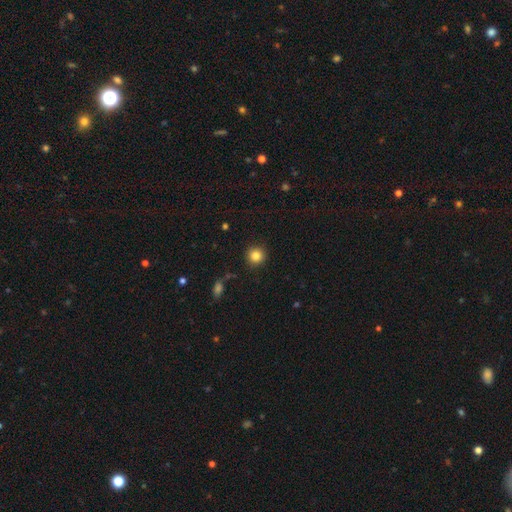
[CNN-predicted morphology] Smooth or featured? Predicted: smooth (p=0.83). How rounded? Predicted: round (p=0.94). Merging? Predicted: none (p=0.90).